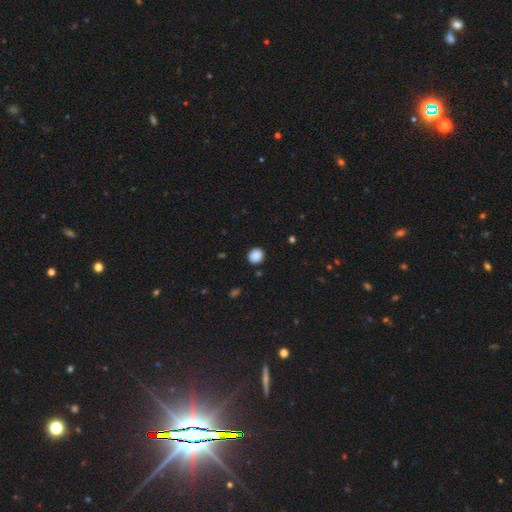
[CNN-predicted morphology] Smooth or featured?
  - smooth: 88% *
  - star or artifact: 9%
  - featured or disk: 2%
How rounded?
  - round: 79% *
  - in between: 20%
  - cigar-shaped: 1%
Merging?
  - none: 90% *
  - minor disturbance: 7%
  - major disturbance: 2%
  - merger: 1%